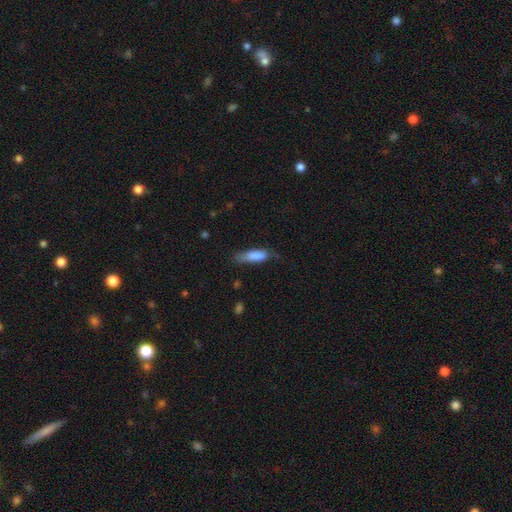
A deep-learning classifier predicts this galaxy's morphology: The model was most divided on "how rounded": cigar-shaped: 56%, in between: 42%, round: 2%. More confident: smooth or featured — smooth (81%); merging — none (54%).